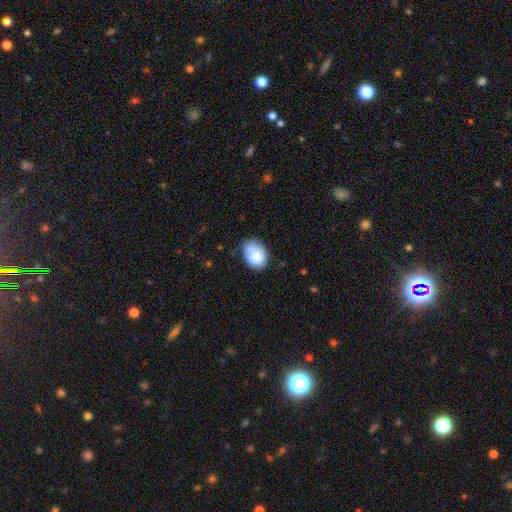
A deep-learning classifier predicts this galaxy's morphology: Q: Smooth or featured?
A: smooth (83%); runner-up: featured or disk (10%)
Q: How rounded?
A: in between (72%); runner-up: round (27%)
Q: Merging?
A: none (61%); runner-up: minor disturbance (28%)